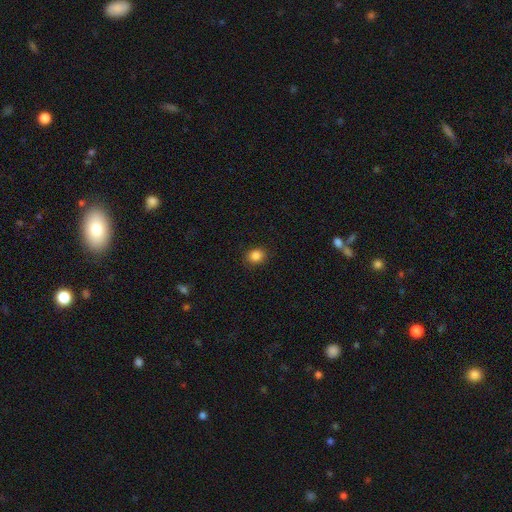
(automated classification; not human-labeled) Morphology: type=smooth (85%); roundness=round (65%); merging=none (89%).